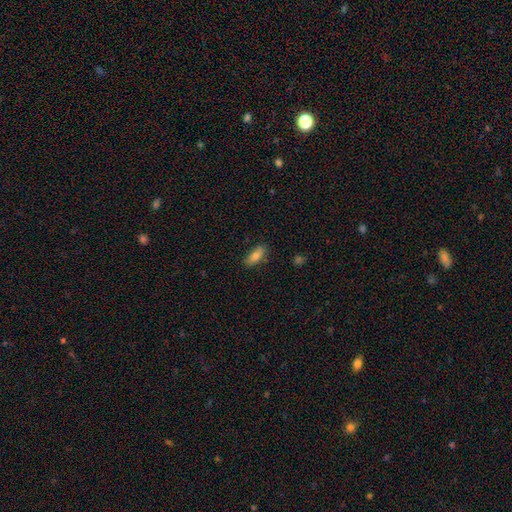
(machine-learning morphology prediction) smooth_or_featured: smooth (p=0.77) [alt: featured or disk p=0.14]
how_rounded: in between (p=0.70) [alt: cigar-shaped p=0.27]
merging: none (p=0.80) [alt: minor disturbance p=0.15]